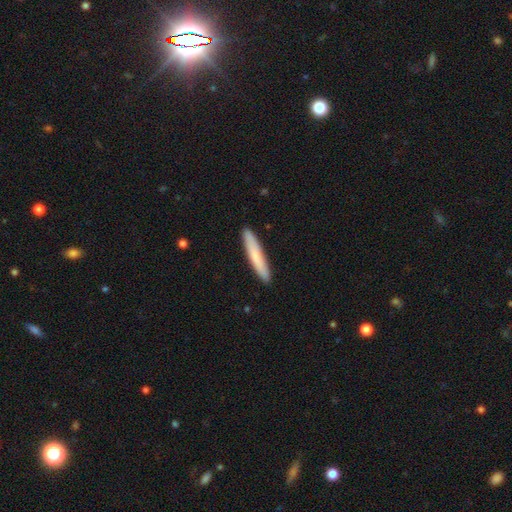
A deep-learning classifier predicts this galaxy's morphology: smooth_or_featured: smooth (p=0.73) [alt: featured or disk p=0.21]
how_rounded: cigar-shaped (p=0.93) [alt: in between p=0.06]
merging: none (p=0.91) [alt: minor disturbance p=0.07]